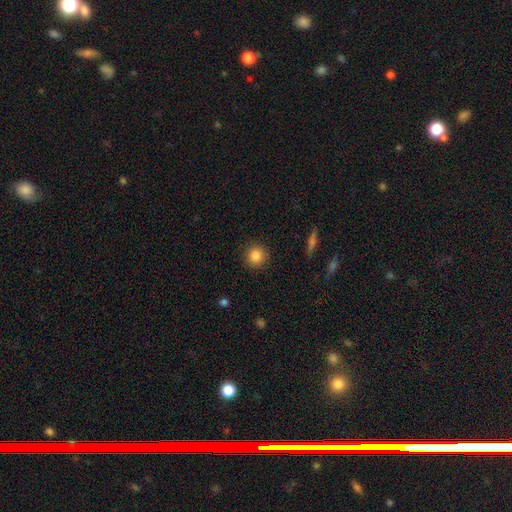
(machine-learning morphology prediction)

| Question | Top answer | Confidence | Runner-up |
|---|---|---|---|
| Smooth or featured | smooth | 84% | star or artifact (10%) |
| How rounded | round | 94% | in between (5%) |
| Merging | none | 91% | minor disturbance (6%) |